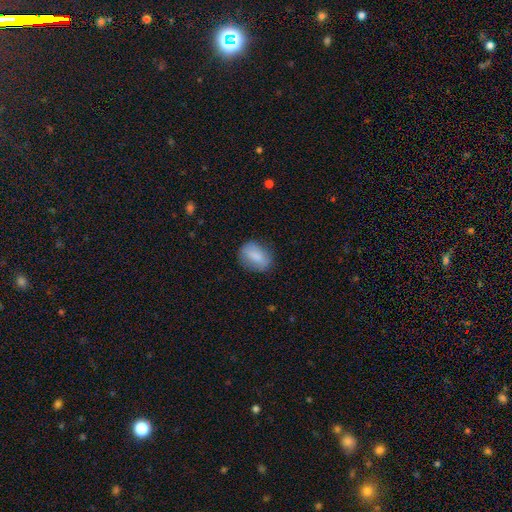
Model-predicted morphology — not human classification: smooth 81%, featured or disk 12%, star or artifact 7%. Down the decision tree: how rounded — in between (77%); merging — none (76%).